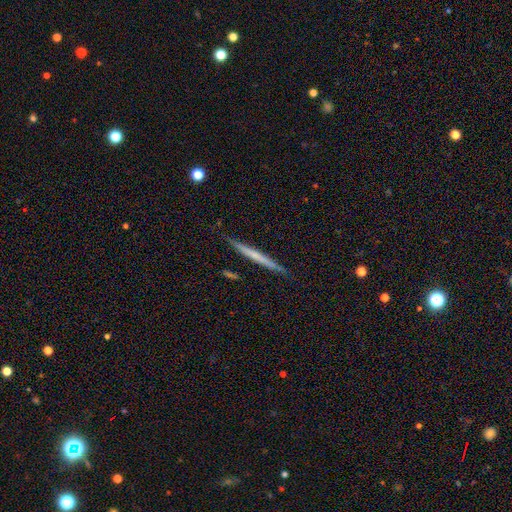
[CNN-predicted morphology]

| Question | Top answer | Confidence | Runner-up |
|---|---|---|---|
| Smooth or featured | featured or disk | 50% | smooth (44%) |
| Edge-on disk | yes | 97% | no (3%) |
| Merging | none | 87% | minor disturbance (10%) |